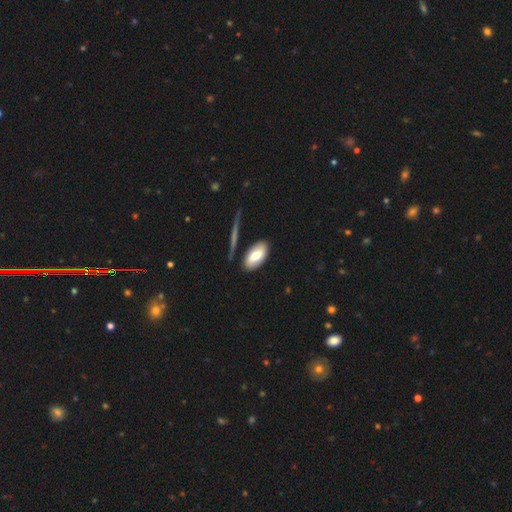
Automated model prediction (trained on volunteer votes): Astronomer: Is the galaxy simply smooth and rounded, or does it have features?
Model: smooth — 73%.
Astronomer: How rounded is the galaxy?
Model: in between — 92%.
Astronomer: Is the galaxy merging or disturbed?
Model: none — 75%.